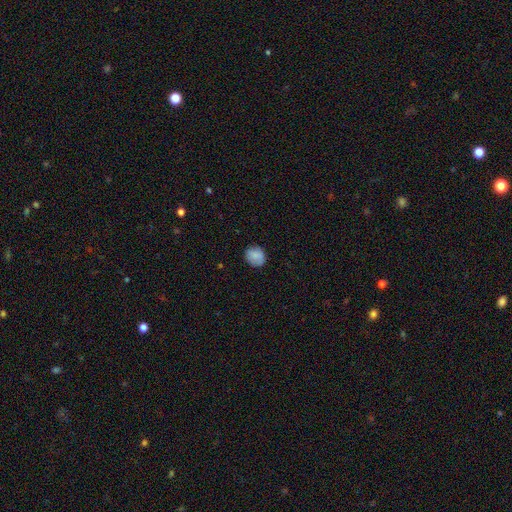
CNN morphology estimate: Smooth or featured?
  - smooth: 84% *
  - featured or disk: 8%
  - star or artifact: 8%
How rounded?
  - round: 73% *
  - in between: 26%
  - cigar-shaped: 1%
Merging?
  - none: 80% *
  - minor disturbance: 15%
  - major disturbance: 3%
  - merger: 1%